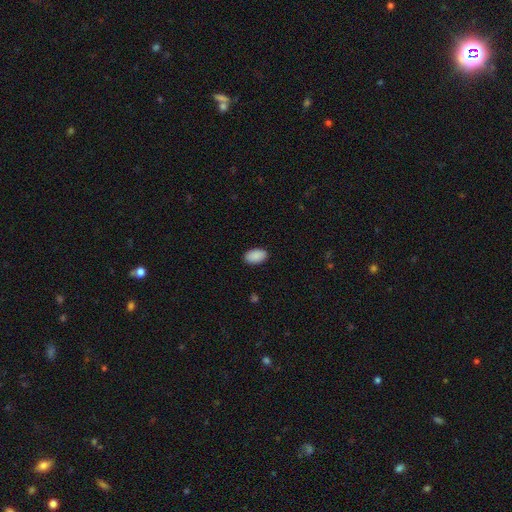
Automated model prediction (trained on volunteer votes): Smooth or featured? smooth (91%)
How rounded? in between (94%)
Merging? none (89%)